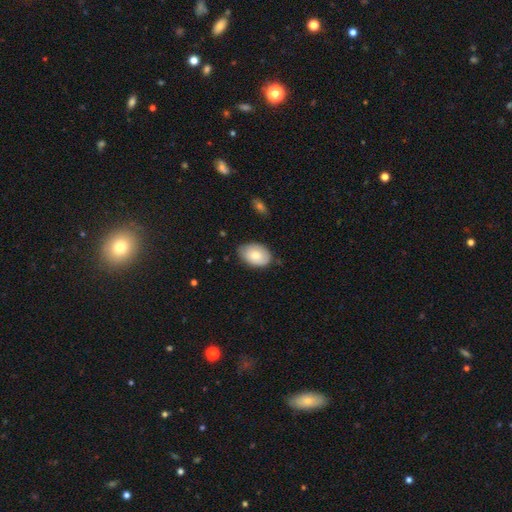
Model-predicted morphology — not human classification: Smooth or featured? Predicted: smooth (p=0.76). How rounded? Predicted: in between (p=0.88). Merging? Predicted: none (p=0.70).